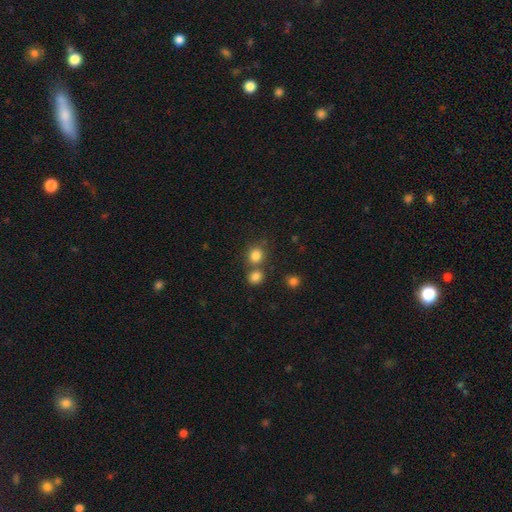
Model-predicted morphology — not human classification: This appears to be a smooth galaxy with no disk features (81%) that is round (75%). Merging: none (60%).